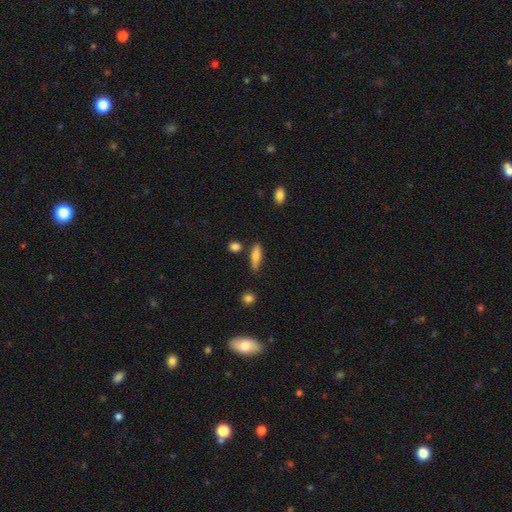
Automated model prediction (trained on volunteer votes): A smooth galaxy with no disk features (73%) that is cigar-shaped (58%).

Vote fractions:
- Smooth or featured? smooth: 73% / featured or disk: 20% / star or artifact: 7%
- How rounded? cigar-shaped: 58% / in between: 40% / round: 3%
- Merging? none: 79% / minor disturbance: 13% / merger: 5% / major disturbance: 3%